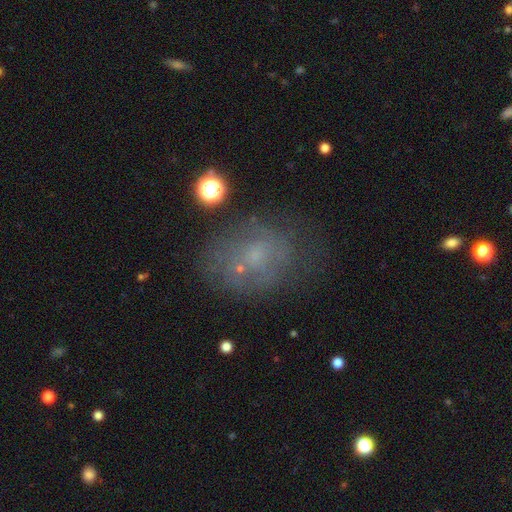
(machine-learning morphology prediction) A smooth galaxy with no disk features (45%). Merging: none (56%).